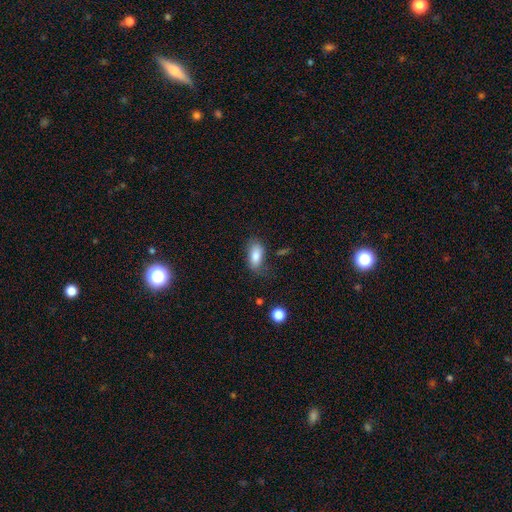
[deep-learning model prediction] The model was most divided on "merging": none: 68%, minor disturbance: 22%, major disturbance: 8%, merger: 3%. More confident: how rounded — in between (90%); smooth or featured — smooth (82%).